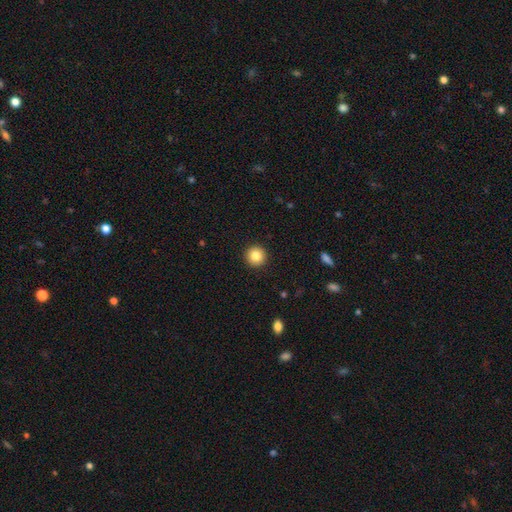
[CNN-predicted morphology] Smooth or featured: smooth — 83% (star or artifact — 10%)
How rounded: round — 96% (in between — 3%)
Merging: none — 93% (minor disturbance — 4%)